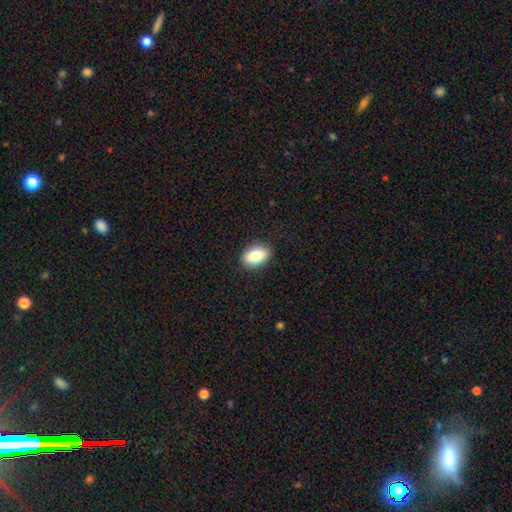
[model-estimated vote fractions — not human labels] Smooth or featured? smooth (81%)
How rounded? in between (87%)
Merging? none (89%)